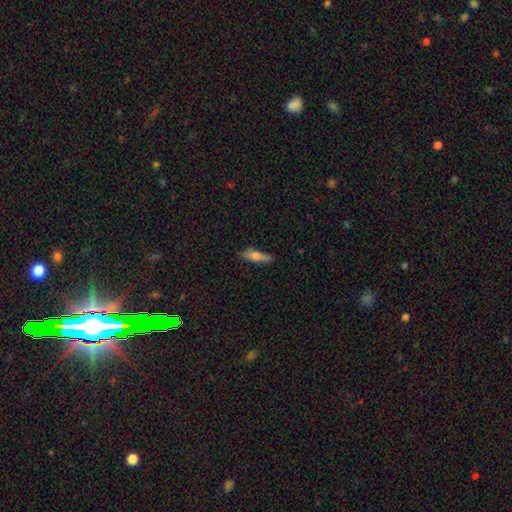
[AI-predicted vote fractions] Smooth or featured? smooth (62%)
How rounded? cigar-shaped (66%)
Merging? none (76%)